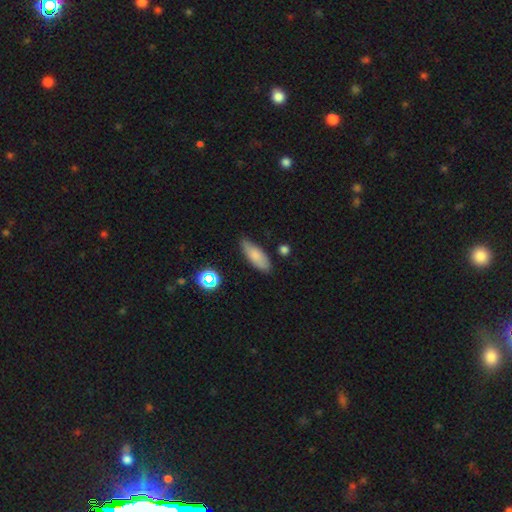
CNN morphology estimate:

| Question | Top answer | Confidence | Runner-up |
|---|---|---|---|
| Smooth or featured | smooth | 78% | featured or disk (14%) |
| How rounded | in between | 72% | cigar-shaped (25%) |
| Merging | none | 72% | minor disturbance (22%) |